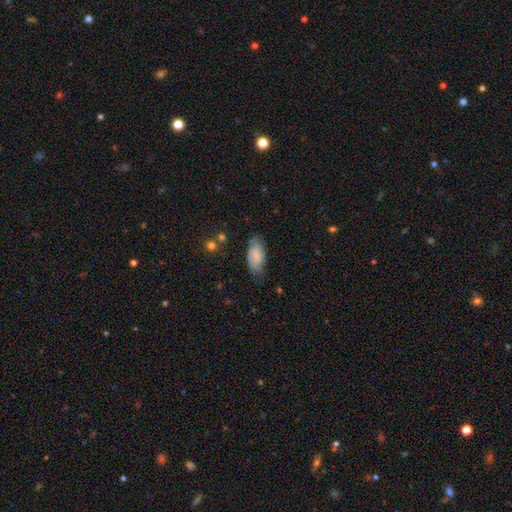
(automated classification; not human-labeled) A smooth galaxy with no disk features (78%) that is in between round and cigar-shaped (91%). Merging: none (68%).